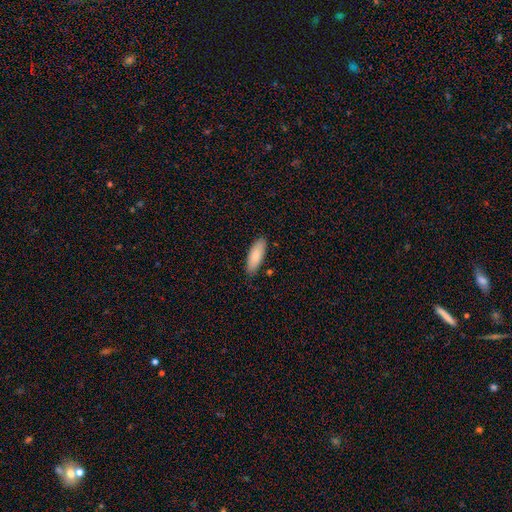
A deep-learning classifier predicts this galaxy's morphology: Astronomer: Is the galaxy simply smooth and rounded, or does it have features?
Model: smooth — 83%.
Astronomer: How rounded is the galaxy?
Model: in between — 69%.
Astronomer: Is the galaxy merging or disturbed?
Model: none — 85%.